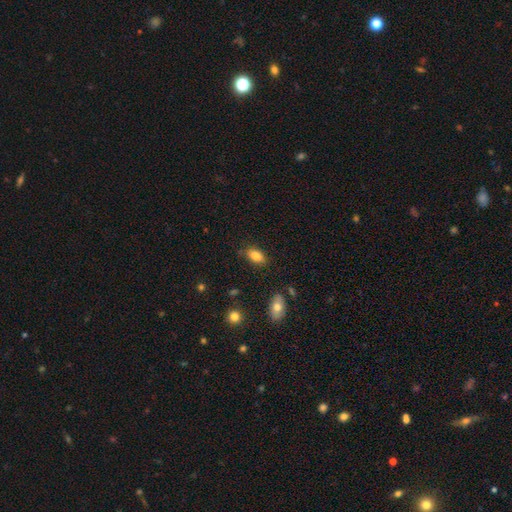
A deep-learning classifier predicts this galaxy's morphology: smooth 84%, star or artifact 8%, featured or disk 8%. Down the decision tree: how rounded — in between (90%); merging — none (80%).